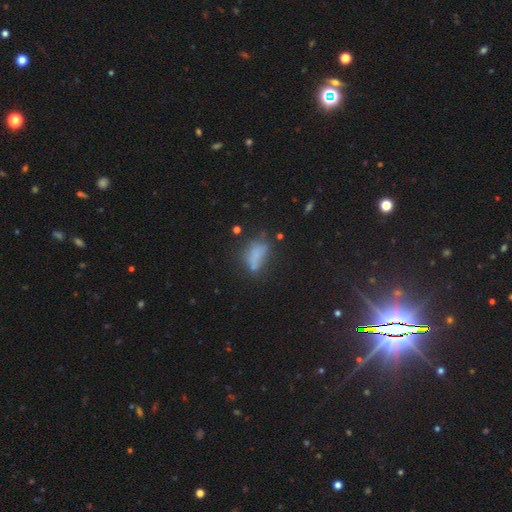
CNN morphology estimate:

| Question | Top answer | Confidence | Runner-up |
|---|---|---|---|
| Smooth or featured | smooth | 63% | featured or disk (21%) |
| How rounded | in between | 77% | cigar-shaped (16%) |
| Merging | none | 41% | minor disturbance (26%) |